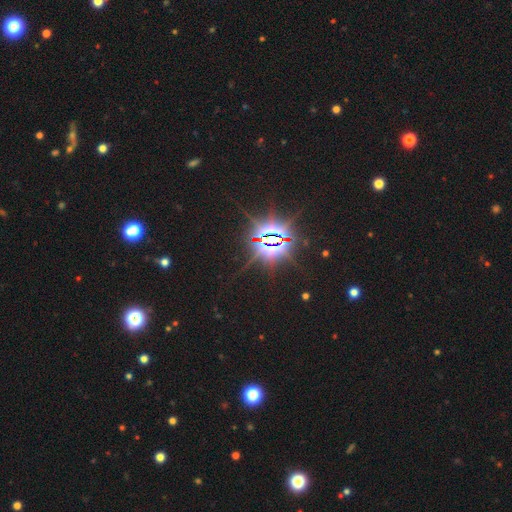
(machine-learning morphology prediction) A star or artifact, not a galaxy (86%).